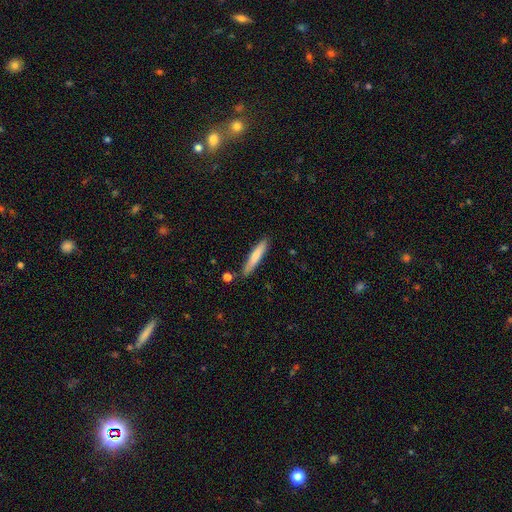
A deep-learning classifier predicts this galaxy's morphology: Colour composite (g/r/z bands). It shows a smooth galaxy with no disk features (74%) that is cigar-shaped (91%). Merging: none (84%).